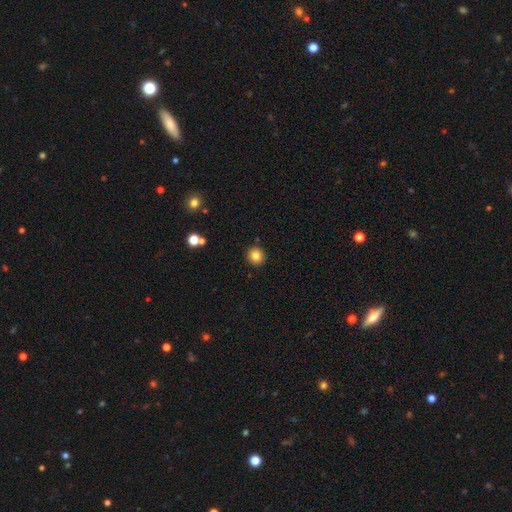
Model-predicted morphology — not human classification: This is clearly a smooth galaxy (83%). How rounded: clearly round (93%). Merging: clearly none (91%).